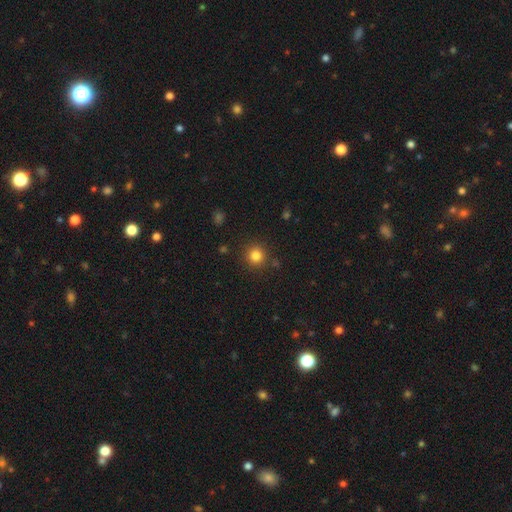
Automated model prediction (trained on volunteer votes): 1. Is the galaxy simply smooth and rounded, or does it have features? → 82% smooth, 13% star or artifact, 5% featured or disk.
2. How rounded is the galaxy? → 93% round, 6% in between, 1% cigar-shaped.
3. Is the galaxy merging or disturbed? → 87% none, 7% minor disturbance, 3% major disturbance, 3% merger.